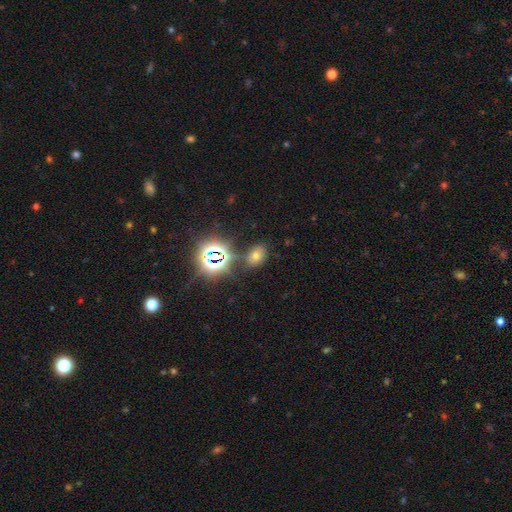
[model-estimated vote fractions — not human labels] Smooth or featured? Predicted: smooth (p=0.52). How rounded? Predicted: in between (p=0.79). Merging? Predicted: none (p=0.77).